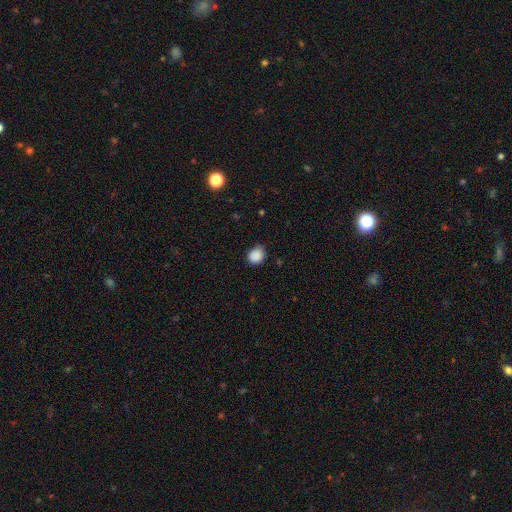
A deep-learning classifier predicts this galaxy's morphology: This appears to be a smooth galaxy with no disk features (88%) that is round (68%). Merging: none (76%).